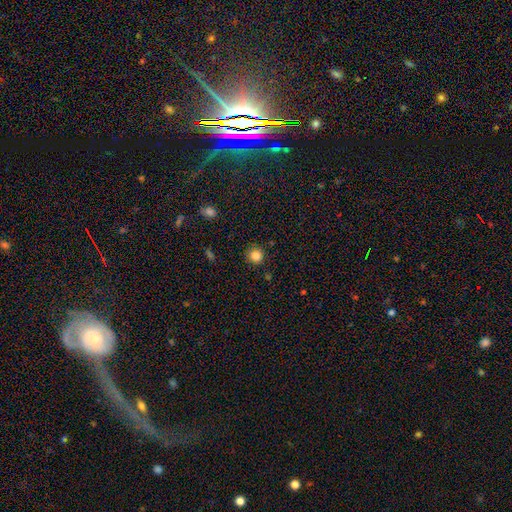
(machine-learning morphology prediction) This appears to be a smooth galaxy with no disk features (85%) that is round (92%). Merging: none (87%).